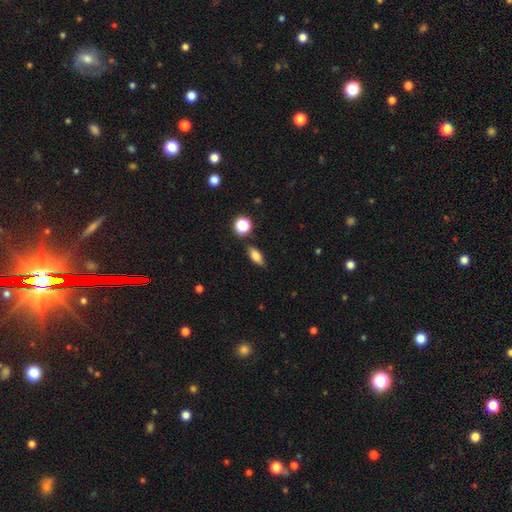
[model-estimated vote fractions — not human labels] A smooth galaxy with no disk features (72%) that is in between round and cigar-shaped (76%).

Vote fractions:
- Smooth or featured? smooth: 72% / featured or disk: 18% / star or artifact: 10%
- How rounded? in between: 76% / cigar-shaped: 16% / round: 9%
- Merging? none: 78% / minor disturbance: 15% / merger: 3% / major disturbance: 3%